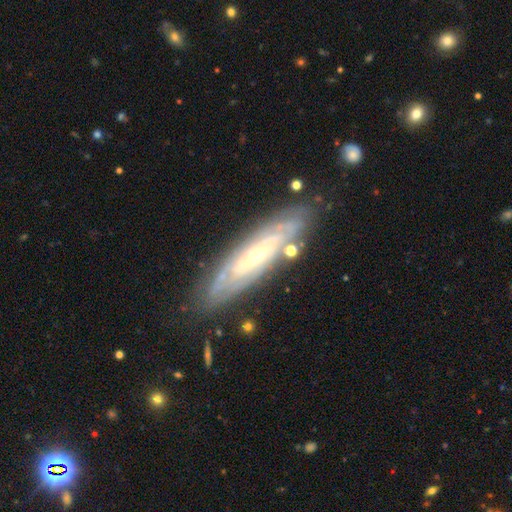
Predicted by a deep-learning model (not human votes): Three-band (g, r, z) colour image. It shows a featured or disk galaxy (78%) with no bar (61%), spiral arms (82%) and a small central bulge (68%). Merging: none (80%).